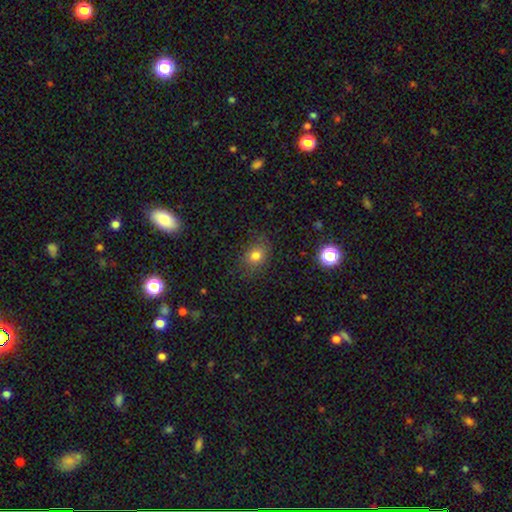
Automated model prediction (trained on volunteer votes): Smooth or featured: smooth — 78% (star or artifact — 13%)
How rounded: in between — 54% (round — 45%)
Merging: none — 78% (minor disturbance — 16%)